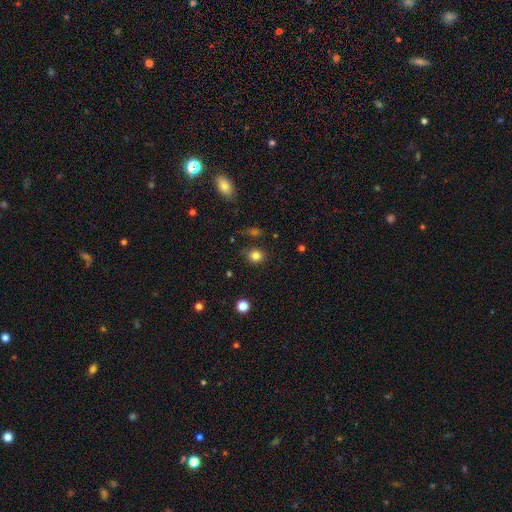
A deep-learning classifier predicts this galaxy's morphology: Smooth or featured? Predicted: smooth (p=0.82). How rounded? Predicted: round (p=0.77). Merging? Predicted: none (p=0.83).